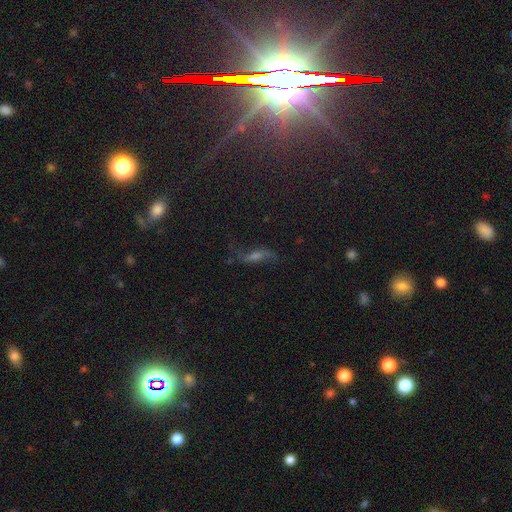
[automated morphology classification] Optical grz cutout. It shows a featured or disk galaxy (54%). Merging: none (63%).